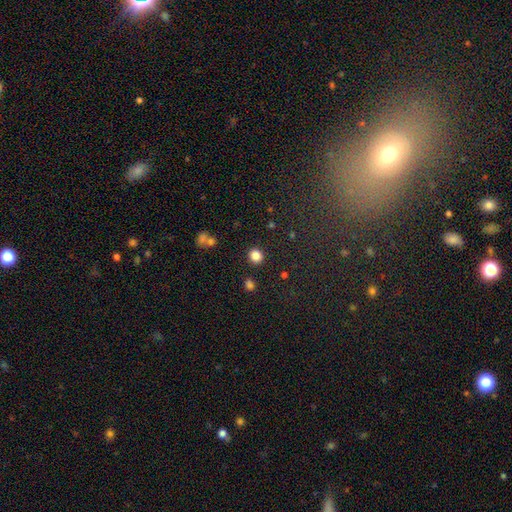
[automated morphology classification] A smooth galaxy with no disk features (84%) that is round (86%).

Vote fractions:
- Smooth or featured? smooth: 84% / star or artifact: 12% / featured or disk: 5%
- How rounded? round: 86% / in between: 13% / cigar-shaped: 1%
- Merging? none: 88% / minor disturbance: 6% / merger: 4% / major disturbance: 2%